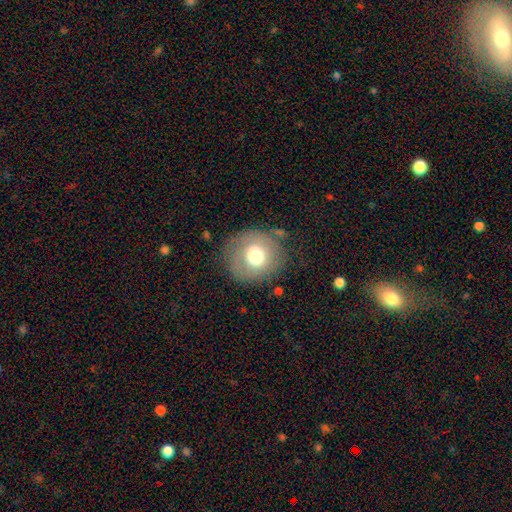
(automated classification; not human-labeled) A smooth galaxy with no disk features (66%) that is round (86%).

Vote fractions:
- Smooth or featured? smooth: 66% / featured or disk: 24% / star or artifact: 10%
- How rounded? round: 86% / in between: 14% / cigar-shaped: 1%
- Merging? none: 74% / minor disturbance: 15% / major disturbance: 8% / merger: 3%